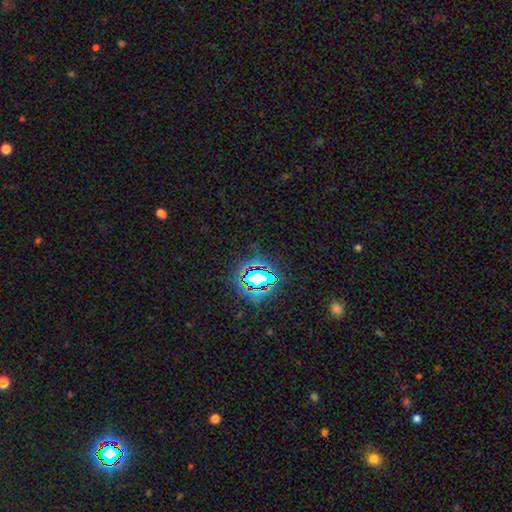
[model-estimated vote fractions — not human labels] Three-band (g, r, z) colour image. It shows a star or artifact, not a galaxy (77%).